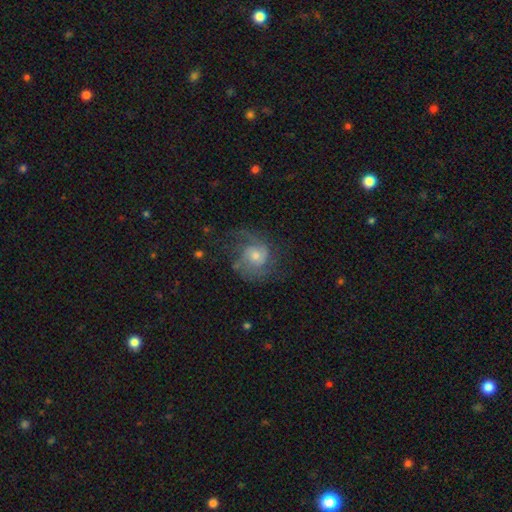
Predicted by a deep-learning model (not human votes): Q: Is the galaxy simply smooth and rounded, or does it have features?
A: featured or disk — 75%.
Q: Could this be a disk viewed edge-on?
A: no — 98%.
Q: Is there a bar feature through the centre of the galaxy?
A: no — 69%.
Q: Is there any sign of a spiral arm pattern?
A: yes — 92%.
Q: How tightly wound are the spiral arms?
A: medium — 48%.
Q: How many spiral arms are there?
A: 2 — 62%.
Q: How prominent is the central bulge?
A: moderate — 46%.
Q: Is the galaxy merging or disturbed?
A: none — 62%.